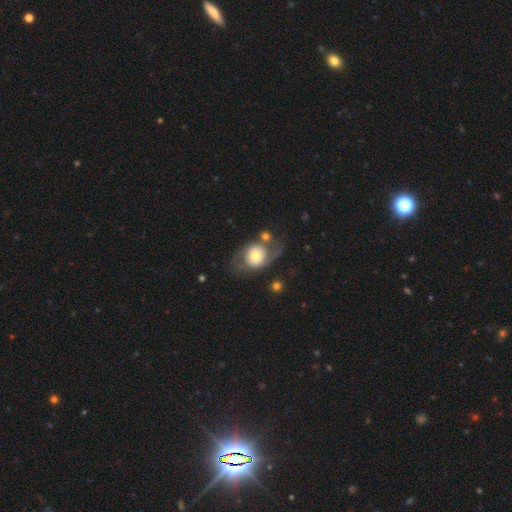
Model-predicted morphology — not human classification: A featured or disk galaxy (52%). Merging: none (44%).